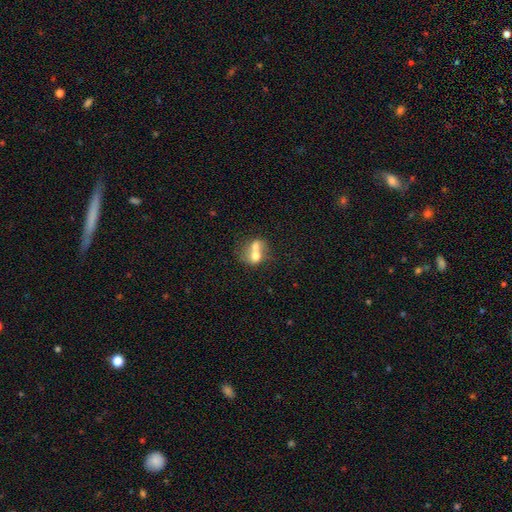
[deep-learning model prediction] Smooth or featured? smooth (63%)
How rounded? round (58%)
Merging? merger (74%)